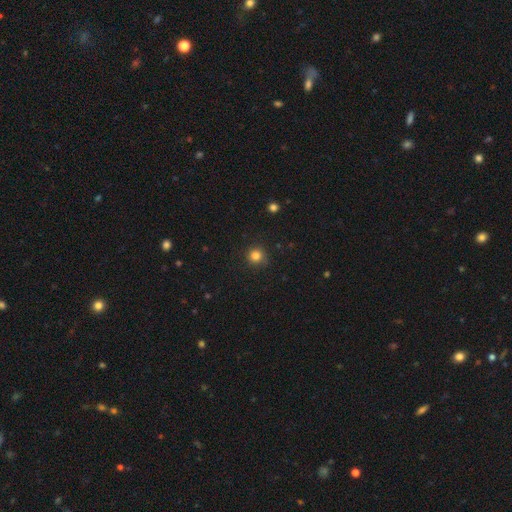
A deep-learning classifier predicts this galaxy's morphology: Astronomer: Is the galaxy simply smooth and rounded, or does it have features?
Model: smooth — 83%.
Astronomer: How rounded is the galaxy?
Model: round — 93%.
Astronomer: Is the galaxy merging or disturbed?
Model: none — 86%.